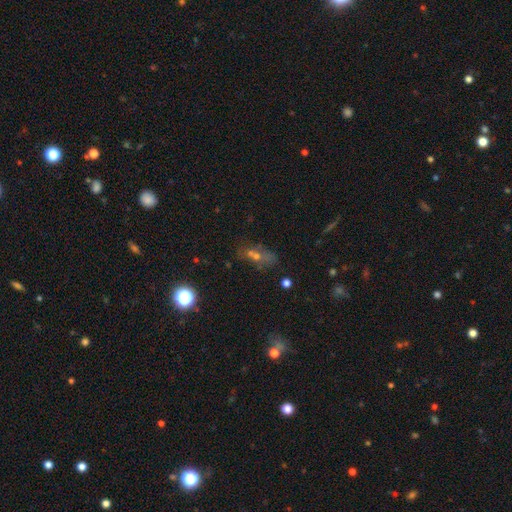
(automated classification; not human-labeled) A smooth galaxy with no disk features (42%).

Vote fractions:
- Smooth or featured? smooth: 42% / star or artifact: 34% / featured or disk: 24%
- Merging? none: 49% / merger: 25% / minor disturbance: 16% / major disturbance: 11%